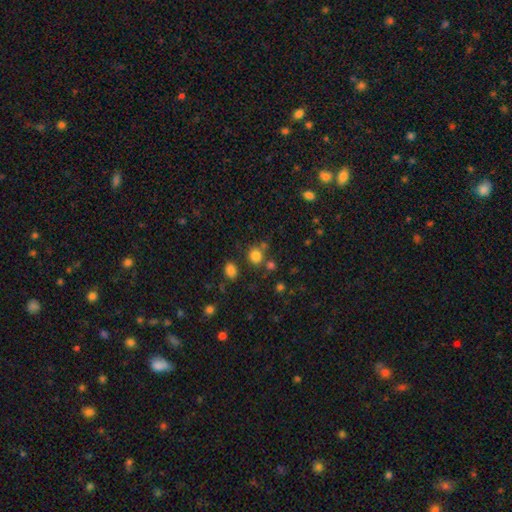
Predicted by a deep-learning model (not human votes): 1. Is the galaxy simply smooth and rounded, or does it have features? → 80% smooth, 14% star or artifact, 6% featured or disk.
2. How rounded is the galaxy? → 78% round, 21% in between, 1% cigar-shaped.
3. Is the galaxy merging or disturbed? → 70% none, 15% merger, 10% minor disturbance, 4% major disturbance.